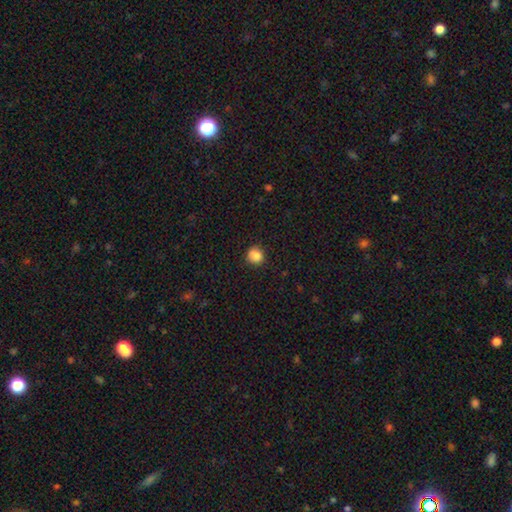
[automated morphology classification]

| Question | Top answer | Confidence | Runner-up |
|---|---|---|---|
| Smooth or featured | smooth | 84% | star or artifact (11%) |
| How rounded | round | 88% | in between (11%) |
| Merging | none | 80% | minor disturbance (16%) |